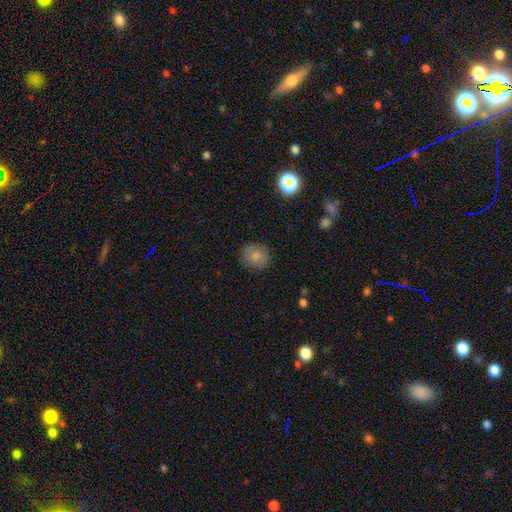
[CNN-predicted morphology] smooth_or_featured: smooth (p=0.81) [alt: star or artifact p=0.10]
how_rounded: round (p=0.87) [alt: in between p=0.12]
merging: none (p=0.87) [alt: minor disturbance p=0.10]